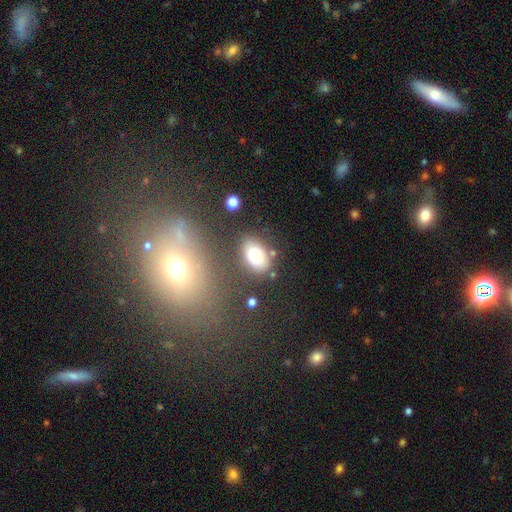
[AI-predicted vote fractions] Morphology: type=smooth (77%); roundness=in between (85%); merging=none (74%).